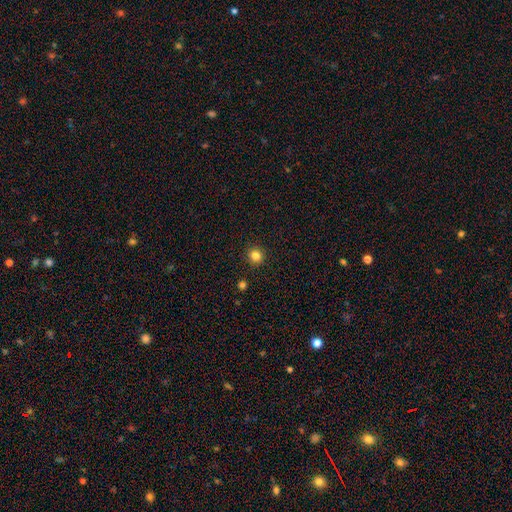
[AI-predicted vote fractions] Smooth or featured: smooth — 83% (star or artifact — 13%)
How rounded: round — 90% (in between — 9%)
Merging: none — 92% (minor disturbance — 5%)